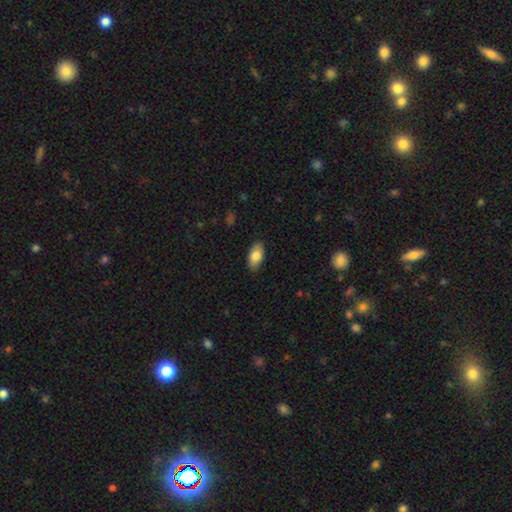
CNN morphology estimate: Q: Smooth or featured?
A: smooth (83%); runner-up: featured or disk (11%)
Q: How rounded?
A: in between (93%); runner-up: cigar-shaped (4%)
Q: Merging?
A: none (87%); runner-up: minor disturbance (10%)